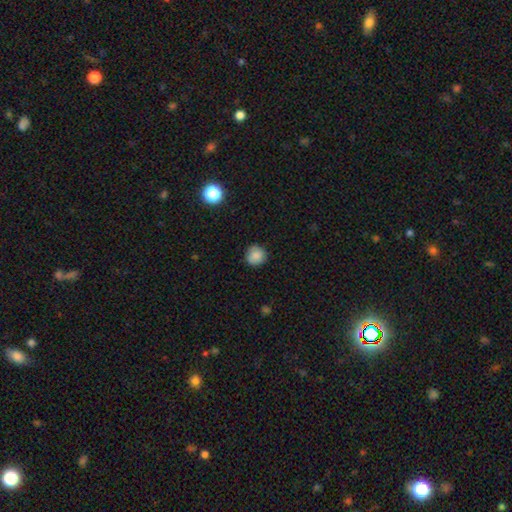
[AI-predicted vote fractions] Smooth or featured?
  - smooth: 85% *
  - star or artifact: 9%
  - featured or disk: 5%
How rounded?
  - round: 91% *
  - in between: 8%
  - cigar-shaped: 1%
Merging?
  - none: 86% *
  - minor disturbance: 10%
  - major disturbance: 2%
  - merger: 1%